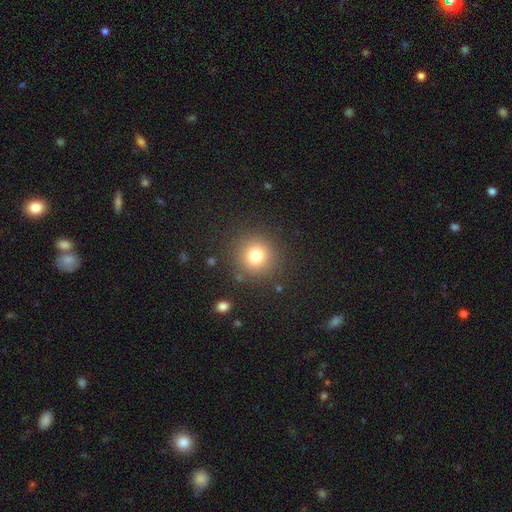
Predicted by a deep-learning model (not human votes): Morphology: type=smooth (79%); roundness=round (92%); merging=none (87%).